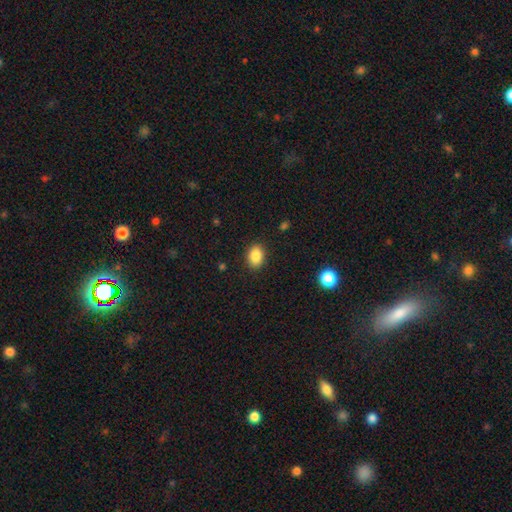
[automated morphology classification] Overall: smooth (87%). How rounded: in between (76%). Merging: none (88%).